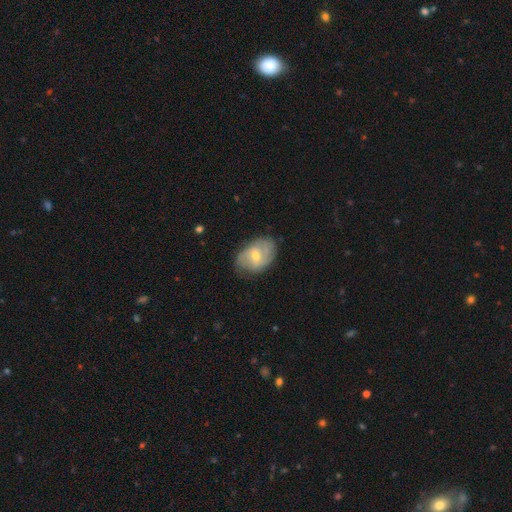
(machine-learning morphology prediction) smooth-or-featured: featured or disk: 59% | smooth: 35% | star or artifact: 6%
  disk-edge-on: no: 96% | yes: 4%
    bar: no: 46% | weak: 44% | strong: 10%
    has-spiral-arms: yes: 75% | no: 25%
    bulge-size: moderate: 53% | small: 43% | large: 2% | none: 1% | dominant: 1%
  merging: none: 67% | minor disturbance: 24% | major disturbance: 8% | merger: 1%